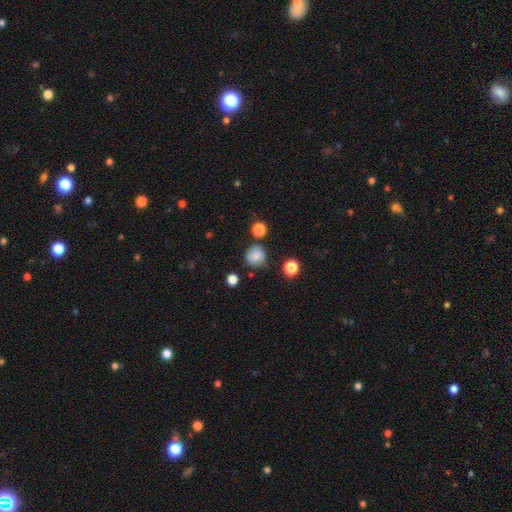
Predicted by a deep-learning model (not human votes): This is likely a smooth galaxy (74%). How rounded: clearly round (84%). Merging: likely none (72%).